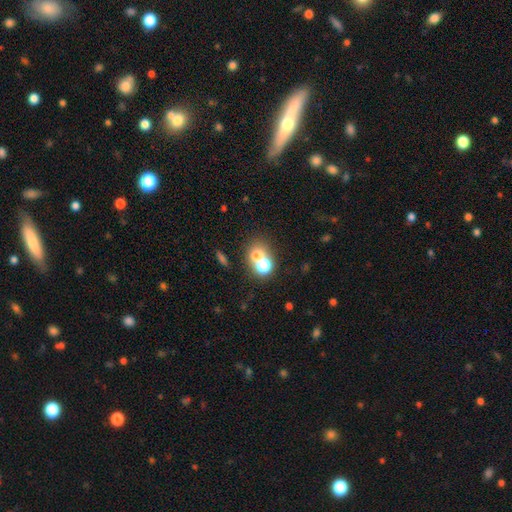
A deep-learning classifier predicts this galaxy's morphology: Smooth or featured?
  - smooth: 64% *
  - featured or disk: 22%
  - star or artifact: 14%
How rounded?
  - round: 67% *
  - in between: 32%
  - cigar-shaped: 1%
Merging?
  - merger: 60% *
  - none: 30%
  - minor disturbance: 6%
  - major disturbance: 4%